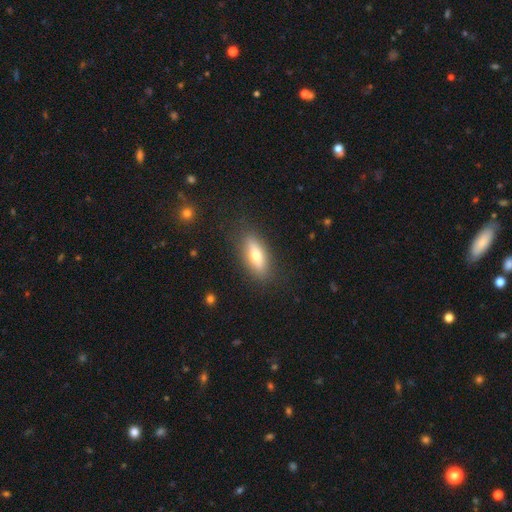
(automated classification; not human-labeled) smooth 60%, featured or disk 33%, star or artifact 7%. Down the decision tree: how rounded — in between (65%); merging — none (85%).